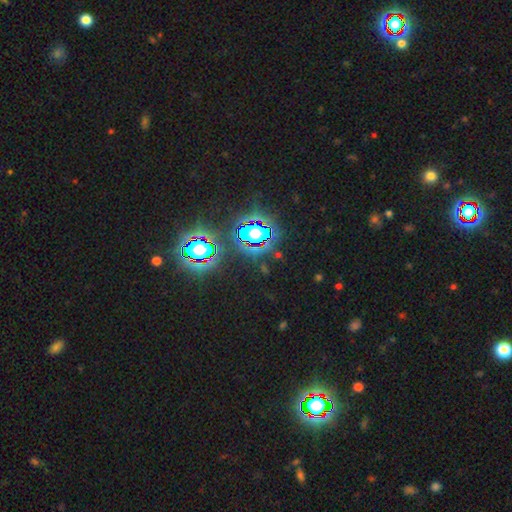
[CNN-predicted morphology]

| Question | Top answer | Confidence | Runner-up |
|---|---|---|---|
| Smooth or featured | star or artifact | 83% | smooth (10%) |